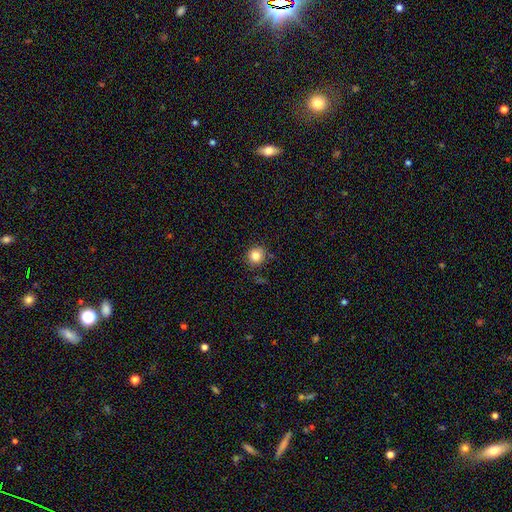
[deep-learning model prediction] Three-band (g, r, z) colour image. It shows a smooth galaxy with no disk features (83%) that is round (89%). Merging: none (84%).